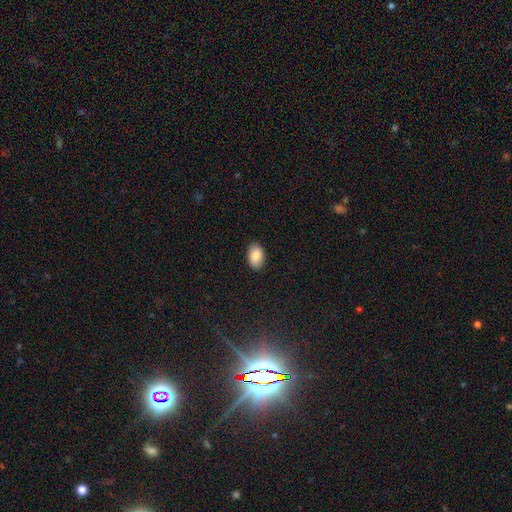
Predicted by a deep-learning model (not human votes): smooth_or_featured: smooth (p=0.87) [alt: star or artifact p=0.07]
how_rounded: in between (p=0.89) [alt: round p=0.10]
merging: none (p=0.88) [alt: minor disturbance p=0.09]